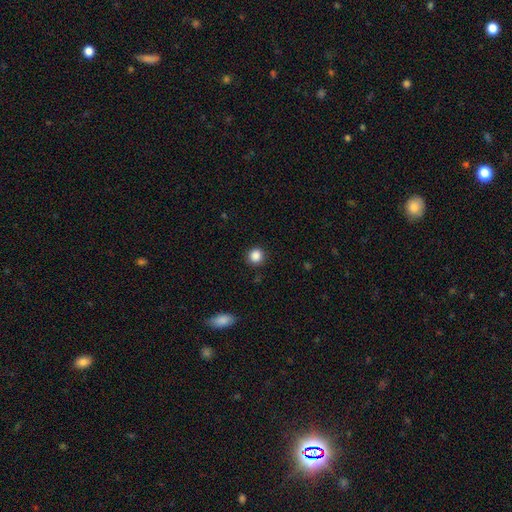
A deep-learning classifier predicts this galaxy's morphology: smooth-or-featured: smooth: 87% | star or artifact: 10% | featured or disk: 3%
  how-rounded: round: 91% | in between: 8% | cigar-shaped: 1%
  merging: none: 90% | minor disturbance: 7% | major disturbance: 2% | merger: 1%